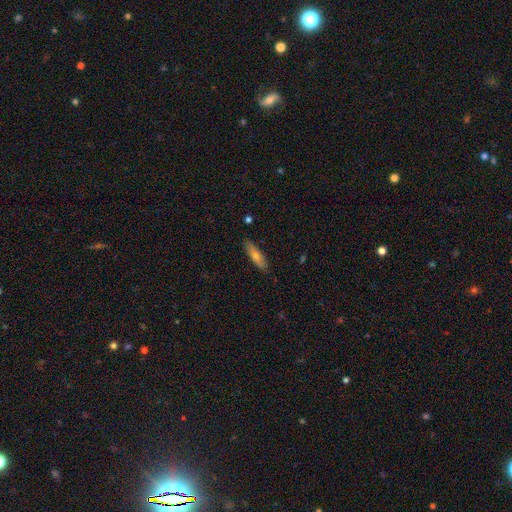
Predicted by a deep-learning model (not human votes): Overall: smooth (61%; featured or disk 33%). How rounded: cigar-shaped (74%). Merging: none (88%).